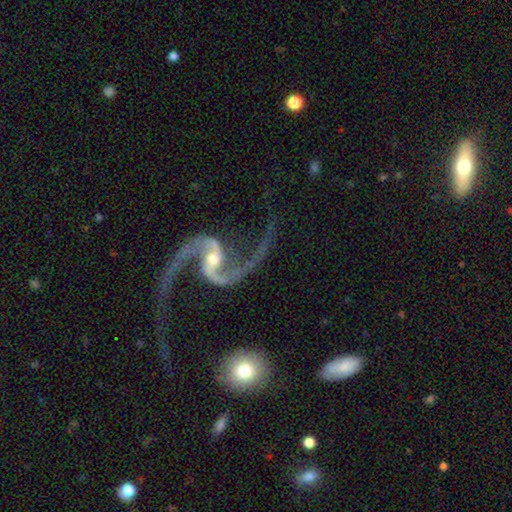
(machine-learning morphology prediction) type=featured or disk (93%); edge-on=no (97%); bar=weak (40%); spiral arms=yes (98%); winding=loose (63%); arm count=2 (94%); bulge=small (57%); merging=none (70%).